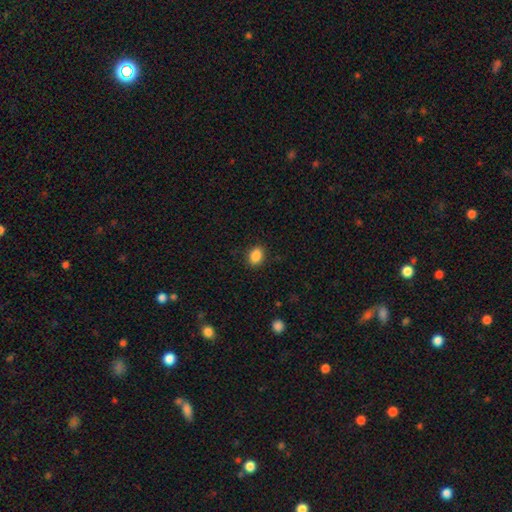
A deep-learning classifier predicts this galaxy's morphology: Smooth or featured: smooth — 88% (star or artifact — 9%)
How rounded: in between — 72% (round — 27%)
Merging: none — 87% (minor disturbance — 9%)